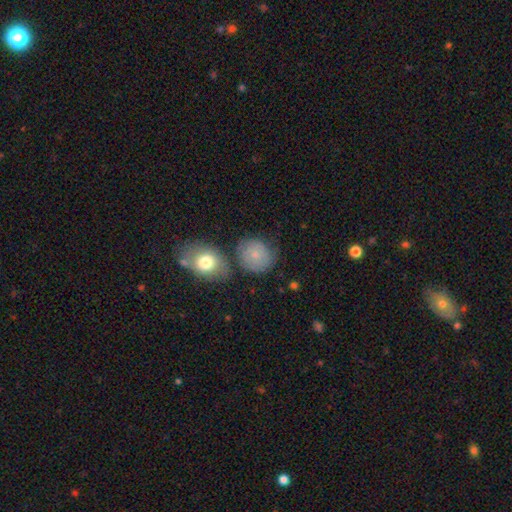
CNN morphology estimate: type=smooth (71%); roundness=round (73%); merging=none (65%).